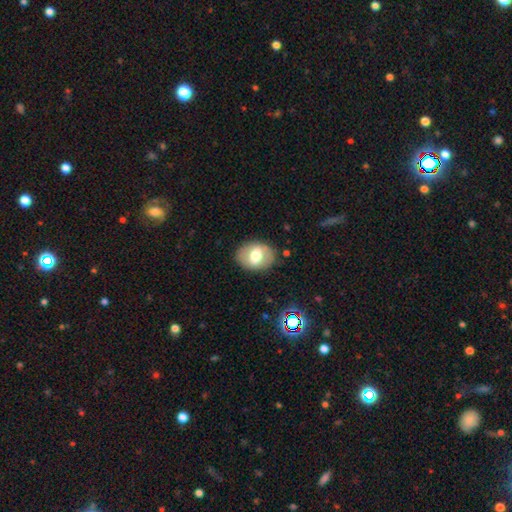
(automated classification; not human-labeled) The model was most divided on "smooth or featured": smooth: 57%, featured or disk: 35%, star or artifact: 8%. More confident: merging — none (84%); how rounded — in between (63%).